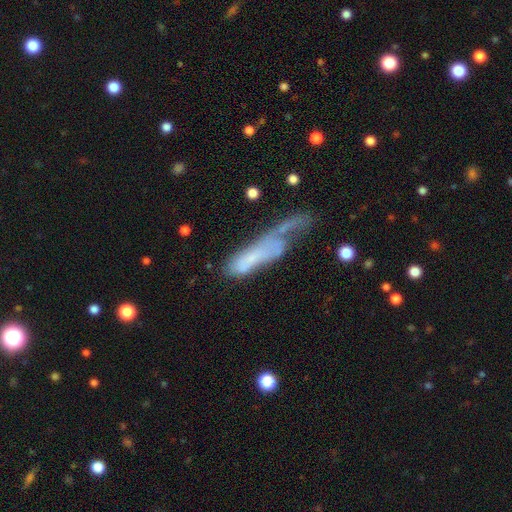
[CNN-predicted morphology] A smooth galaxy with no disk features (50%).

Vote fractions:
- Smooth or featured? smooth: 50% / featured or disk: 40% / star or artifact: 10%
- Merging? major disturbance: 41% / none: 22% / minor disturbance: 21% / merger: 15%